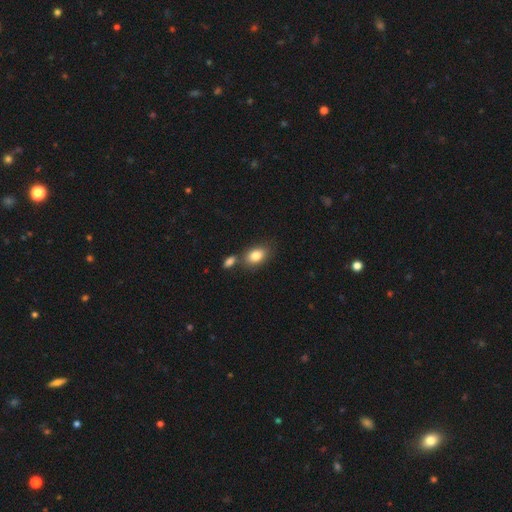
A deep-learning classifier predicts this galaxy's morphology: This is clearly a smooth galaxy (83%). How rounded: clearly in between (83%). Merging: possibly none (60%).